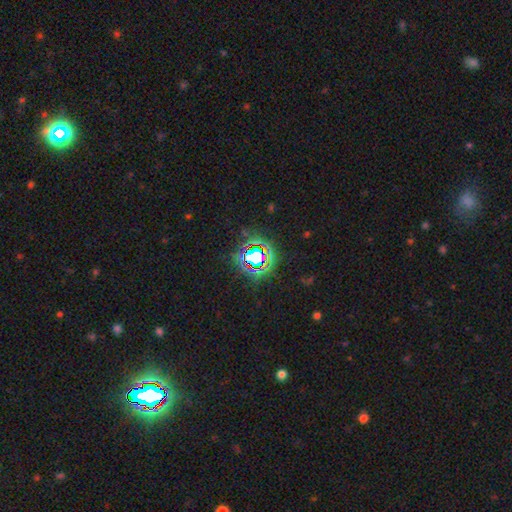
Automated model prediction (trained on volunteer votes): Smooth or featured? star or artifact (72%)